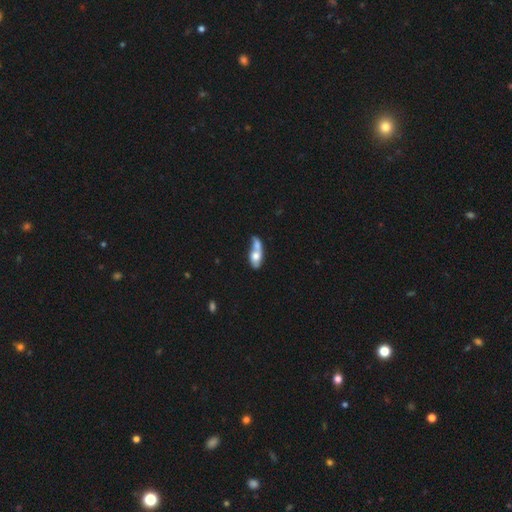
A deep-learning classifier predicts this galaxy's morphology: type=smooth (59%); roundness=in between (75%); merging=merger (62%).